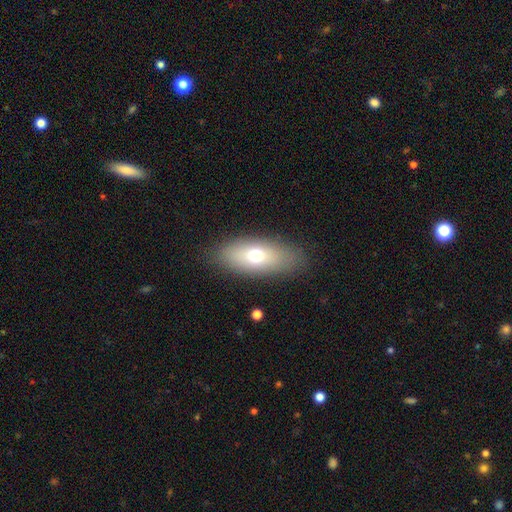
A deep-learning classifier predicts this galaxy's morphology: A smooth galaxy with no disk features (66%) that is in between round and cigar-shaped (82%).

Vote fractions:
- Smooth or featured? smooth: 66% / featured or disk: 23% / star or artifact: 11%
- How rounded? in between: 82% / cigar-shaped: 11% / round: 7%
- Merging? none: 84% / minor disturbance: 10% / major disturbance: 5% / merger: 1%